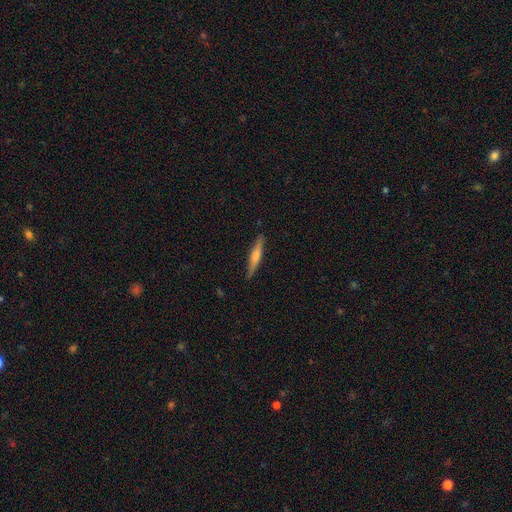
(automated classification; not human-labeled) smooth-or-featured: featured or disk: 48% | smooth: 47% | star or artifact: 6%
  merging: none: 88% | minor disturbance: 9% | major disturbance: 2% | merger: 1%